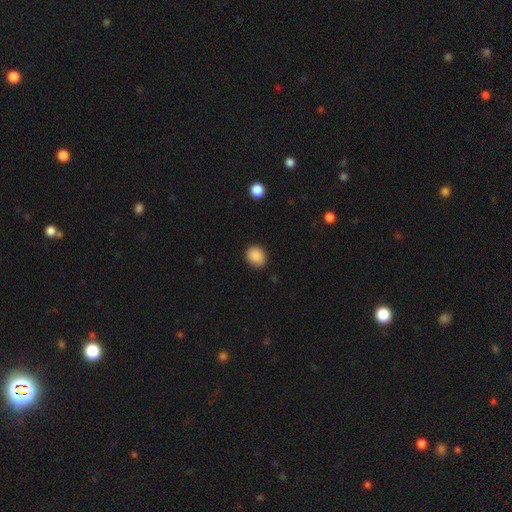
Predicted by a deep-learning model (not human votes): A smooth galaxy with no disk features (89%) that is round (63%).

Vote fractions:
- Smooth or featured? smooth: 89% / star or artifact: 9% / featured or disk: 3%
- How rounded? round: 63% / in between: 36% / cigar-shaped: 1%
- Merging? none: 85% / minor disturbance: 11% / major disturbance: 2% / merger: 1%